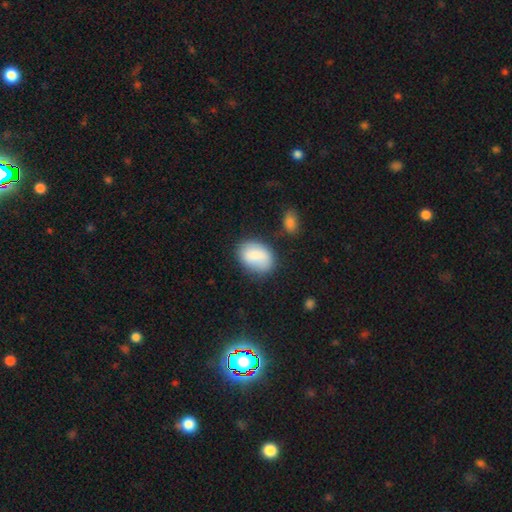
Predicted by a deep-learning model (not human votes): A smooth galaxy with no disk features (83%) that is in between round and cigar-shaped (81%).

Vote fractions:
- Smooth or featured? smooth: 83% / featured or disk: 11% / star or artifact: 7%
- How rounded? in between: 81% / round: 17% / cigar-shaped: 1%
- Merging? none: 69% / minor disturbance: 19% / merger: 6% / major disturbance: 6%